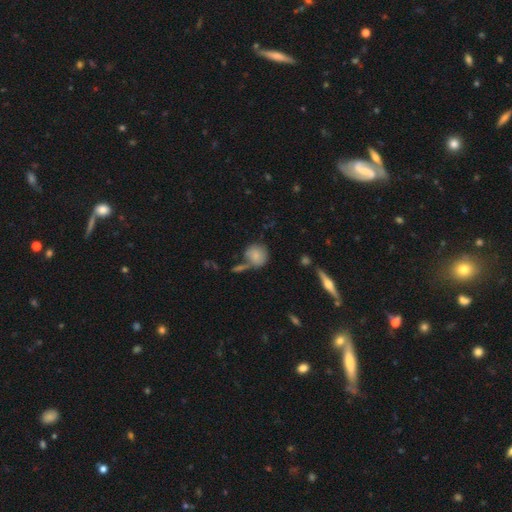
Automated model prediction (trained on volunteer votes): This is likely a smooth galaxy (79%). How rounded: clearly round (84%). Merging: possibly none (55%).